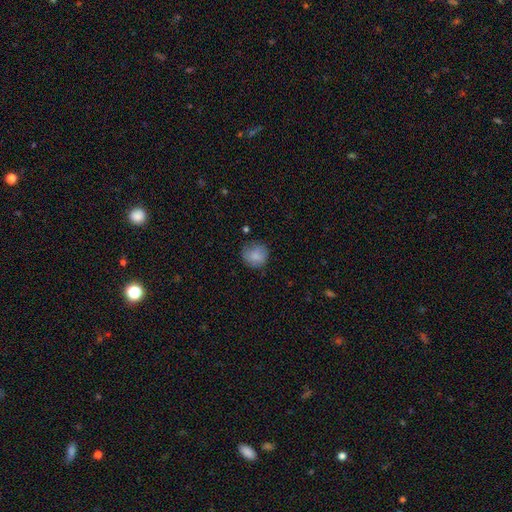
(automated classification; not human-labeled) This is clearly a smooth galaxy (85%). How rounded: clearly round (86%). Merging: likely none (74%).